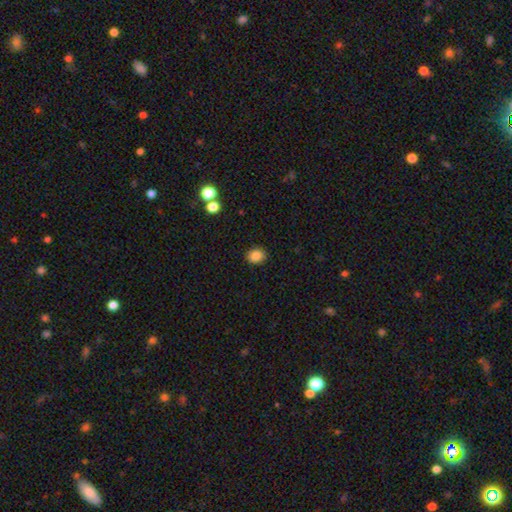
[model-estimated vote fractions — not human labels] This is clearly a smooth galaxy (85%). How rounded: likely round (67%). Merging: clearly none (90%).